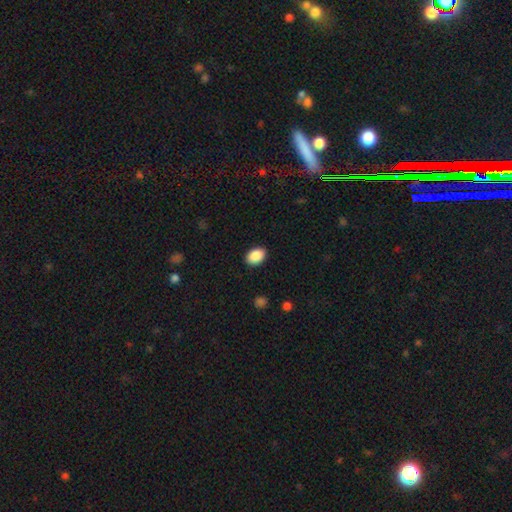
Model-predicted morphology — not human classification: Smooth or featured: smooth — 90% (star or artifact — 7%)
How rounded: in between — 83% (round — 16%)
Merging: none — 89% (minor disturbance — 8%)